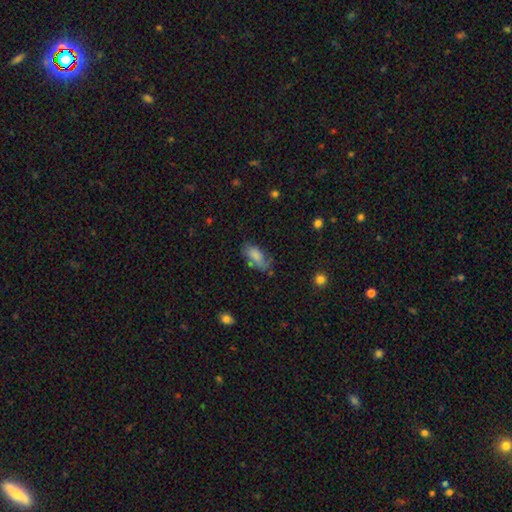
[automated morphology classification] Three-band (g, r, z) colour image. It shows a smooth galaxy with no disk features (79%) that is in between round and cigar-shaped (88%). Merging: none (54%).